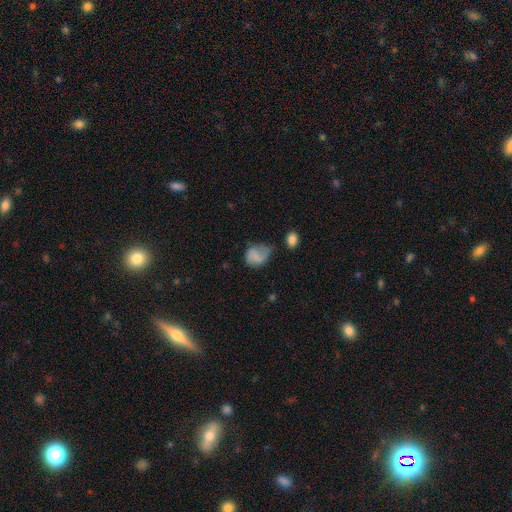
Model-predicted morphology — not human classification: smooth_or_featured: smooth (p=0.68) [alt: featured or disk p=0.23]
how_rounded: round (p=0.53) [alt: in between p=0.46]
merging: none (p=0.37) [alt: minor disturbance p=0.33]